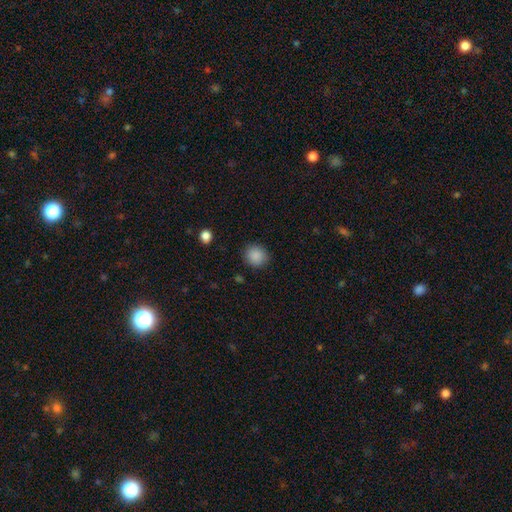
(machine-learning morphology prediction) A smooth galaxy with no disk features (88%) that is round (87%). Merging: none (88%).